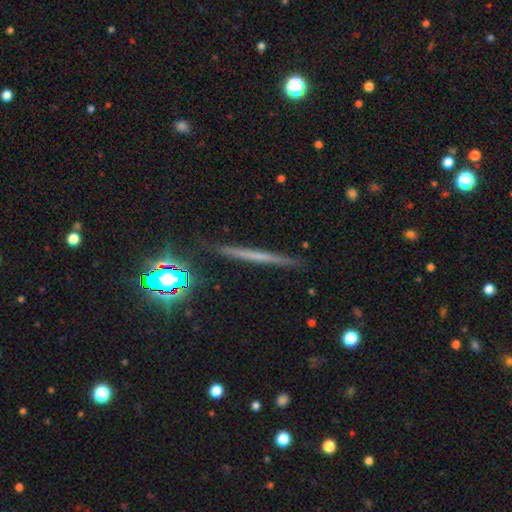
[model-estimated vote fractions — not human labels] Q: Smooth or featured?
A: featured or disk (46%); runner-up: smooth (38%)
Q: Merging?
A: none (89%); runner-up: minor disturbance (8%)